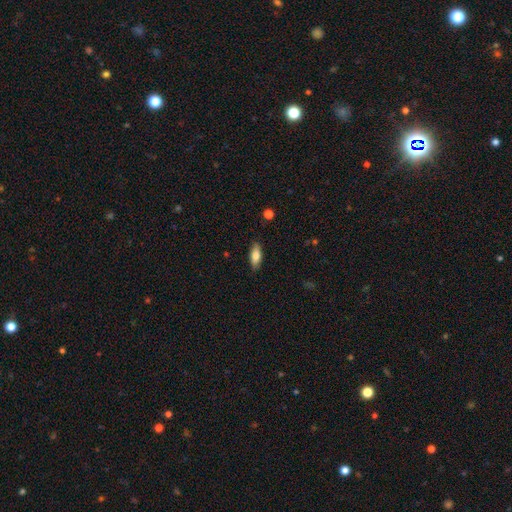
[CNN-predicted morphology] A smooth galaxy with no disk features (78%) that is in between round and cigar-shaped (70%).

Vote fractions:
- Smooth or featured? smooth: 78% / featured or disk: 16% / star or artifact: 7%
- How rounded? in between: 70% / cigar-shaped: 28% / round: 2%
- Merging? none: 85% / minor disturbance: 11% / major disturbance: 2% / merger: 1%